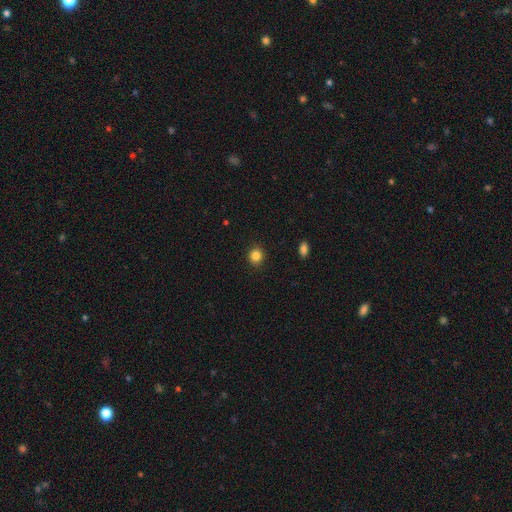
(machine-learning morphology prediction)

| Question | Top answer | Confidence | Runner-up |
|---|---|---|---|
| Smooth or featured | smooth | 85% | star or artifact (11%) |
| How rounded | round | 86% | in between (13%) |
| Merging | none | 91% | minor disturbance (6%) |